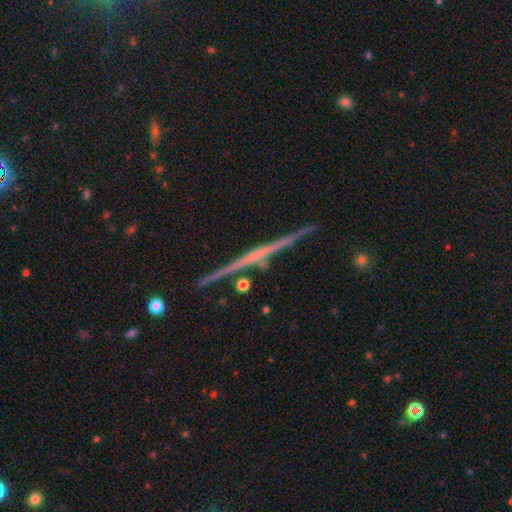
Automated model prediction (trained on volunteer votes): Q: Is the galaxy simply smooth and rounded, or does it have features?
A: featured or disk — 78%.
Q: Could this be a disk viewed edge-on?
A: yes — 98%.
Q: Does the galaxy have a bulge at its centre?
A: none — 62%.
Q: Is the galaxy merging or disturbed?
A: none — 89%.